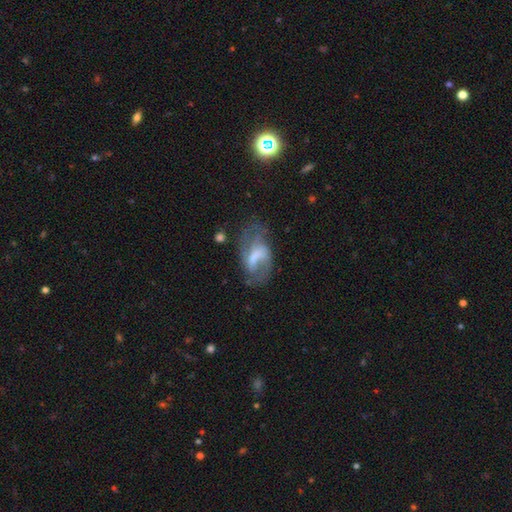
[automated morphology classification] A featured or disk galaxy (66%) with a weak bar (45%), spiral arms (76%) and no central bulge (36%).

Vote fractions:
- Smooth or featured? featured or disk: 66% / smooth: 26% / star or artifact: 8%
- Edge-on disk? no: 96% / yes: 4%
- Bar? weak: 45% / no: 31% / strong: 24%
- Spiral arms? yes: 76% / no: 24%
- Bulge size? none: 36% / moderate: 26% / small: 21% / large: 14% / dominant: 2%
- Merging? none: 44% / major disturbance: 28% / minor disturbance: 23% / merger: 5%